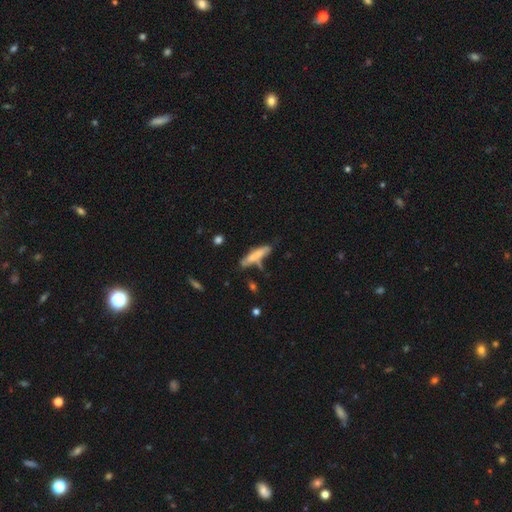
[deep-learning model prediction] Smooth or featured?
  - smooth: 71% *
  - featured or disk: 21%
  - star or artifact: 7%
How rounded?
  - cigar-shaped: 81% *
  - in between: 18%
  - round: 2%
Merging?
  - none: 52% *
  - minor disturbance: 24%
  - merger: 13%
  - major disturbance: 10%